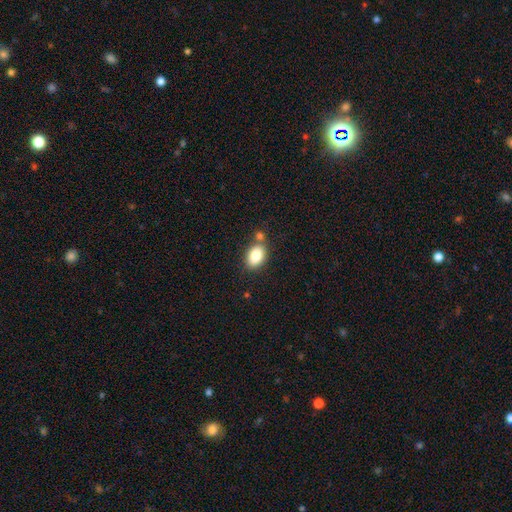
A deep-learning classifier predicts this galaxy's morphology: Smooth or featured: smooth — 83% (featured or disk — 9%)
How rounded: in between — 82% (round — 17%)
Merging: none — 70% (merger — 15%)